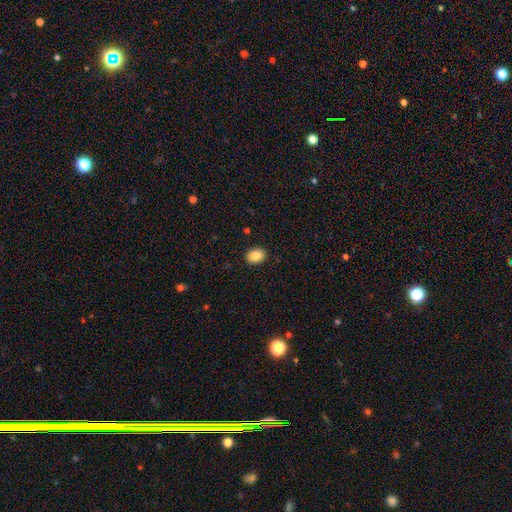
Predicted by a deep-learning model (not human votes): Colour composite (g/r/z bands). It shows a smooth galaxy with no disk features (85%) that is in between round and cigar-shaped (61%). Merging: none (91%).